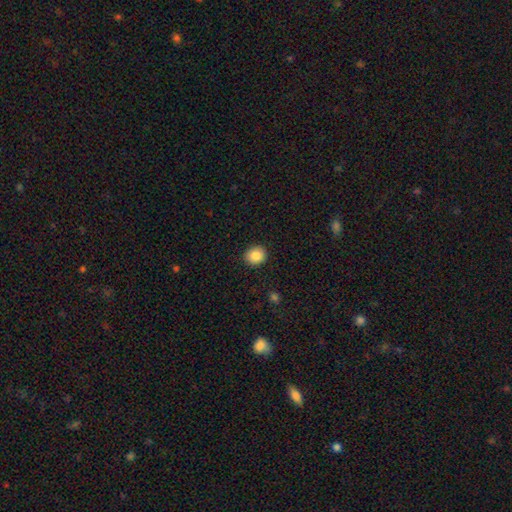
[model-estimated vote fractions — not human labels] Smooth or featured: smooth — 87% (star or artifact — 9%)
How rounded: round — 81% (in between — 18%)
Merging: none — 91% (minor disturbance — 6%)